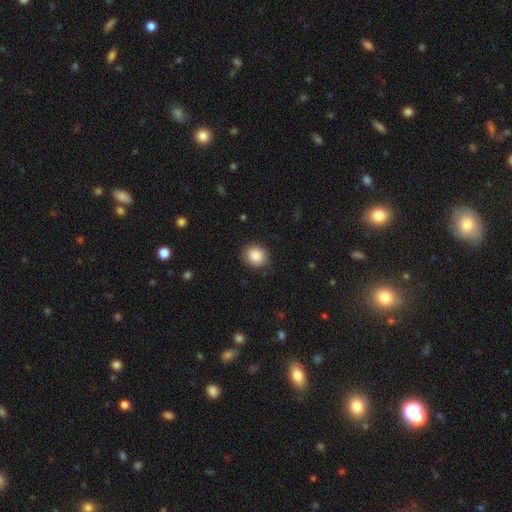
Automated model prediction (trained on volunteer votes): Smooth or featured? smooth (88%)
How rounded? round (72%)
Merging? none (88%)